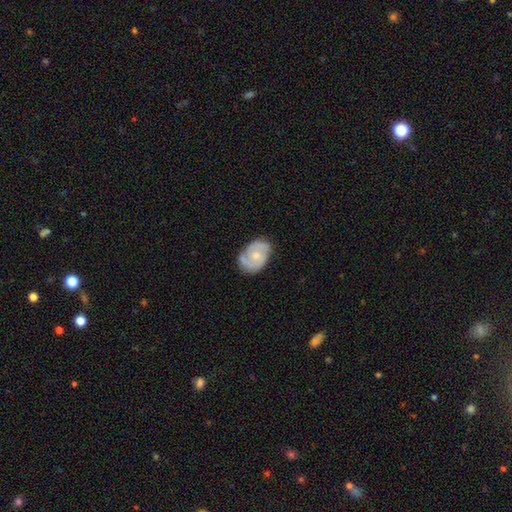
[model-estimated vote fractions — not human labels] This appears to be a featured or disk galaxy (64%) with no bar (76%), 2 (55%) tight (45%) spiral arms (83%) and a small central bulge (50%). Merging: none (64%).